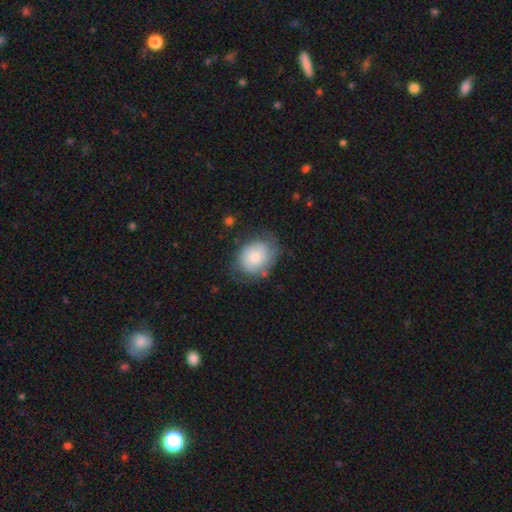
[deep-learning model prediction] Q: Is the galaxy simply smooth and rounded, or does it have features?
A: smooth — 57%.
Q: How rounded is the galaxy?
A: round — 51%.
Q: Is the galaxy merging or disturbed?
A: none — 57%.